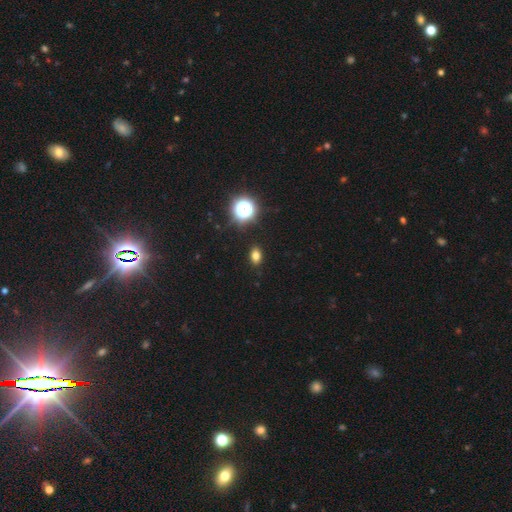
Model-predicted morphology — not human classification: A smooth galaxy with no disk features (74%) that is in between round and cigar-shaped (78%). Merging: none (89%).